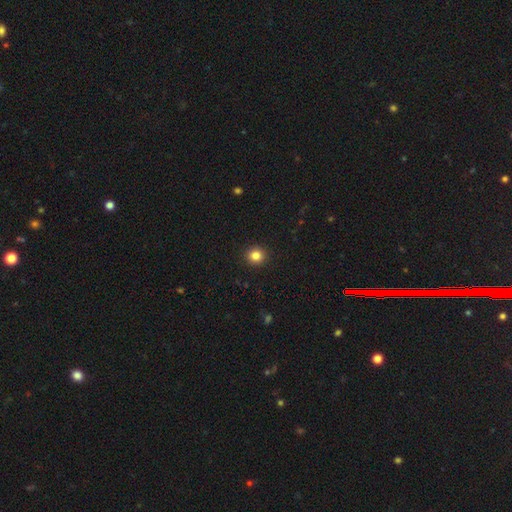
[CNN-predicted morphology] This appears to be a smooth galaxy with no disk features (84%) that is round (91%). Merging: none (93%).